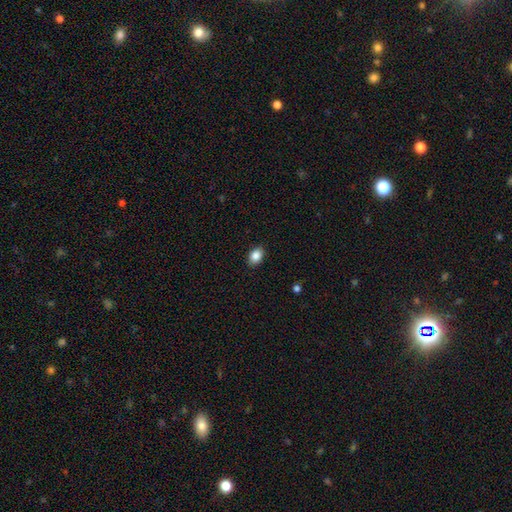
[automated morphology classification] type=smooth (87%); roundness=in between (79%); merging=none (89%).